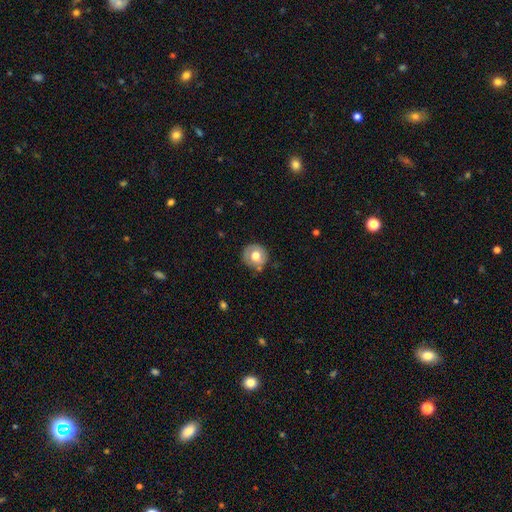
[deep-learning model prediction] Q: Smooth or featured?
A: smooth (62%); runner-up: featured or disk (31%)
Q: How rounded?
A: round (89%); runner-up: in between (10%)
Q: Merging?
A: none (74%); runner-up: minor disturbance (18%)